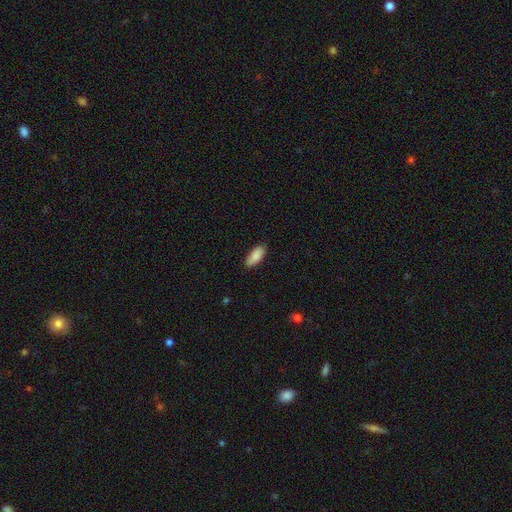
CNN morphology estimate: smooth 87%, featured or disk 7%, star or artifact 6%. Down the decision tree: how rounded — in between (78%); merging — none (87%).